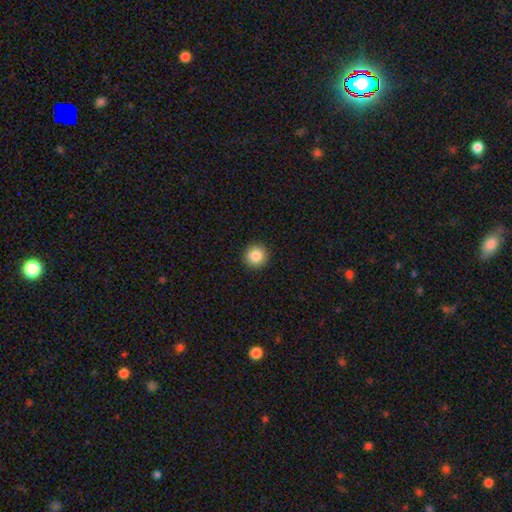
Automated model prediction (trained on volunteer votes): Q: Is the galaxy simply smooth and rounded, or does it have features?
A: smooth — 86%.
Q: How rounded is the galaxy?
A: round — 95%.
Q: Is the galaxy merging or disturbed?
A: none — 93%.